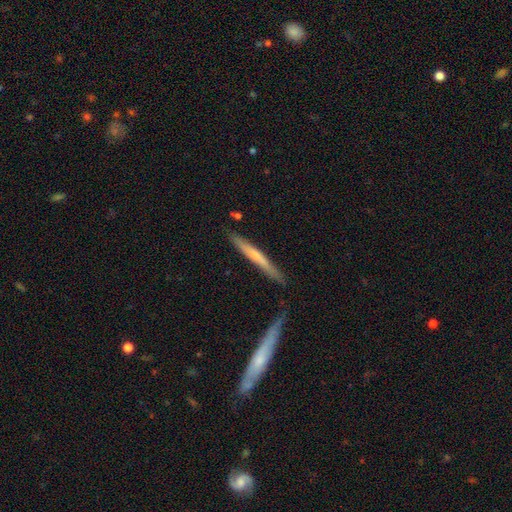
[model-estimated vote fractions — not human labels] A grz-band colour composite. It shows a featured or disk galaxy (48%). Merging: none (80%).